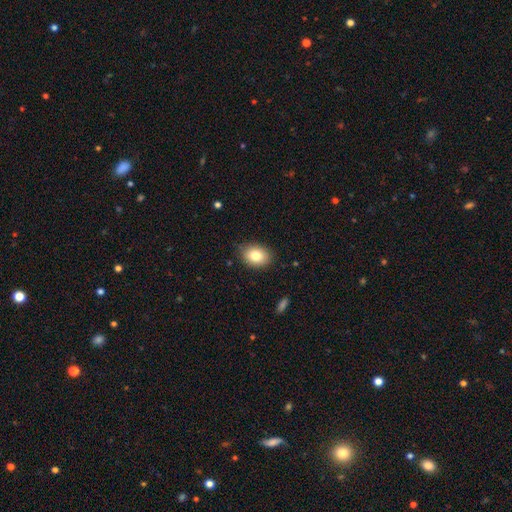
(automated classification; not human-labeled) Morphology: type=smooth (82%); roundness=in between (71%); merging=none (82%).